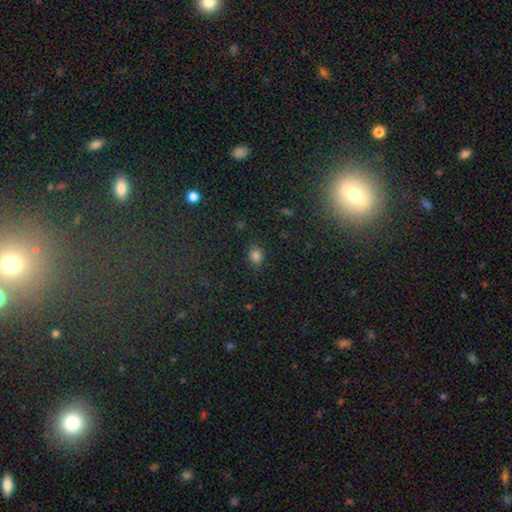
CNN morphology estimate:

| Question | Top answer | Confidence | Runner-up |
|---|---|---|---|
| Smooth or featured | smooth | 79% | star or artifact (15%) |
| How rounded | round | 54% | in between (44%) |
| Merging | none | 85% | minor disturbance (11%) |